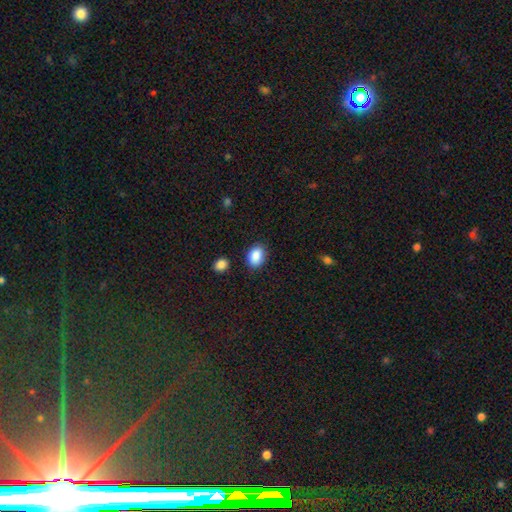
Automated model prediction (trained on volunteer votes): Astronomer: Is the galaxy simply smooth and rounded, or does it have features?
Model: smooth — 88%.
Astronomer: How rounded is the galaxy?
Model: in between — 78%.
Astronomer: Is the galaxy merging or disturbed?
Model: none — 82%.